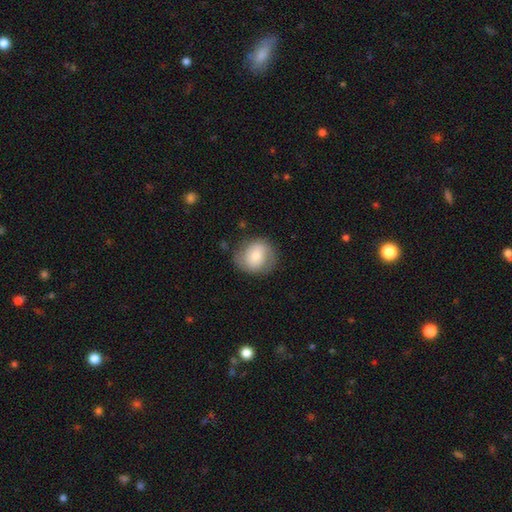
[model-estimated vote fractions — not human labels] A smooth galaxy with no disk features (60%) that is round (78%). Merging: none (75%).